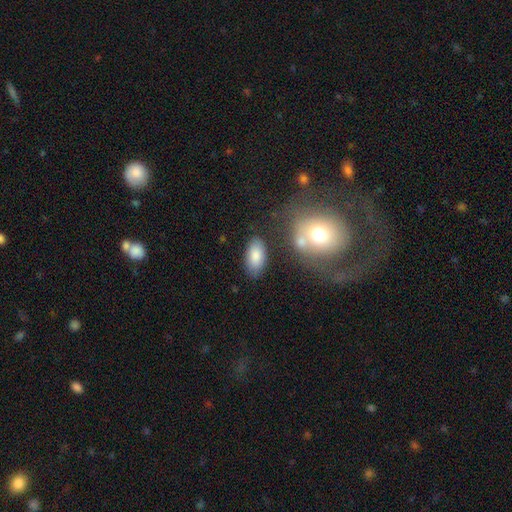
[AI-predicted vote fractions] smooth-or-featured: smooth: 84% | featured or disk: 9% | star or artifact: 7%
  how-rounded: in between: 94% | round: 3% | cigar-shaped: 3%
  merging: none: 78% | minor disturbance: 13% | merger: 5% | major disturbance: 4%